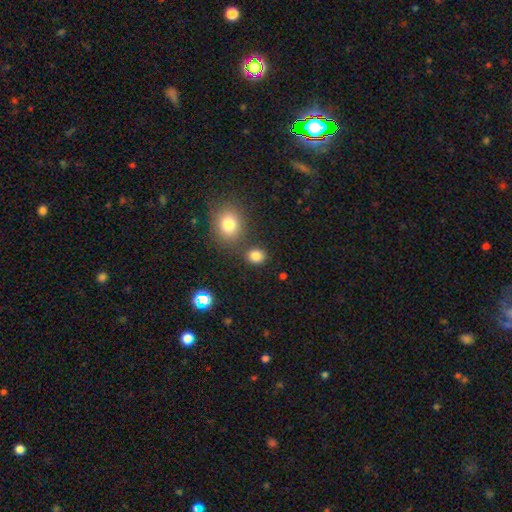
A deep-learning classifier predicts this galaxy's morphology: smooth_or_featured: smooth (p=0.82) [alt: star or artifact p=0.13]
how_rounded: round (p=0.72) [alt: in between p=0.27]
merging: none (p=0.77) [alt: merger p=0.10]